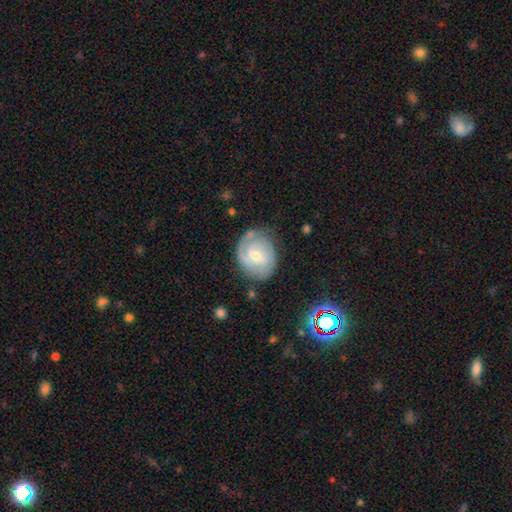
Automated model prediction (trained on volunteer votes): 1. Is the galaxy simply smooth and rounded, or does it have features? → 73% featured or disk, 21% smooth, 6% star or artifact.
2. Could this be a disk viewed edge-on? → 97% no, 3% yes.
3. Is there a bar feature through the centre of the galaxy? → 57% weak, 29% no, 14% strong.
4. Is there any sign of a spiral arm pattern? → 90% yes, 10% no.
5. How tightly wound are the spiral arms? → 58% tight, 32% medium, 9% loose.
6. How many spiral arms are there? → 53% 2, 24% can't tell, 9% 1, 9% 3, 2% 4, 2% more than 4.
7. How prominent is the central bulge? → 51% moderate, 44% small, 2% large, 2% none, 1% dominant.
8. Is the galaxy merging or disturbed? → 71% none, 20% minor disturbance, 6% major disturbance, 2% merger.